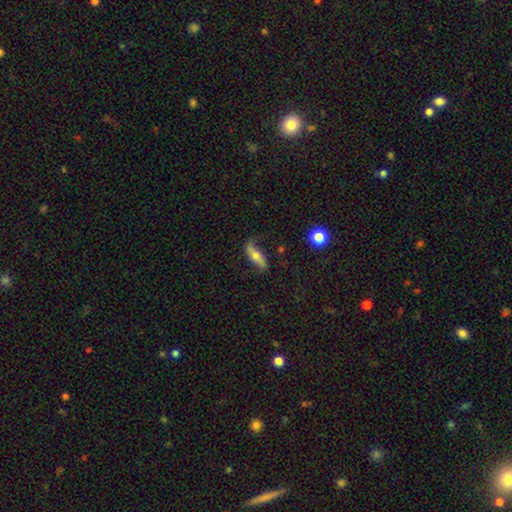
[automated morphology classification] A featured or disk galaxy (59%).

Vote fractions:
- Smooth or featured? featured or disk: 59% / smooth: 33% / star or artifact: 8%
- Edge-on disk? no: 61% / yes: 39%
- Merging? none: 66% / minor disturbance: 21% / major disturbance: 10% / merger: 3%